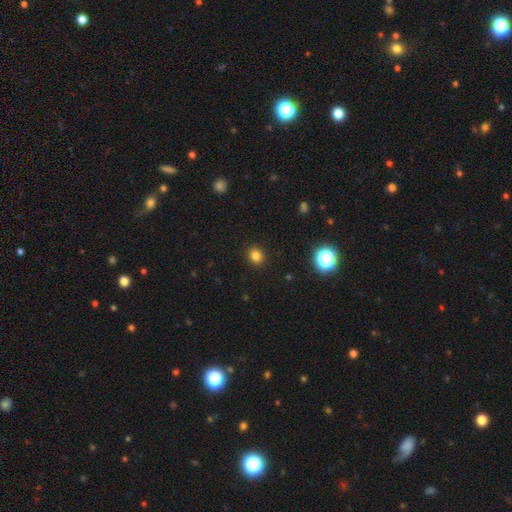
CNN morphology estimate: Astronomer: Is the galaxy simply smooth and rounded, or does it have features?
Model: smooth — 81%.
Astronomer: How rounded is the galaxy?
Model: round — 75%.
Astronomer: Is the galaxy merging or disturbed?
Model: none — 91%.